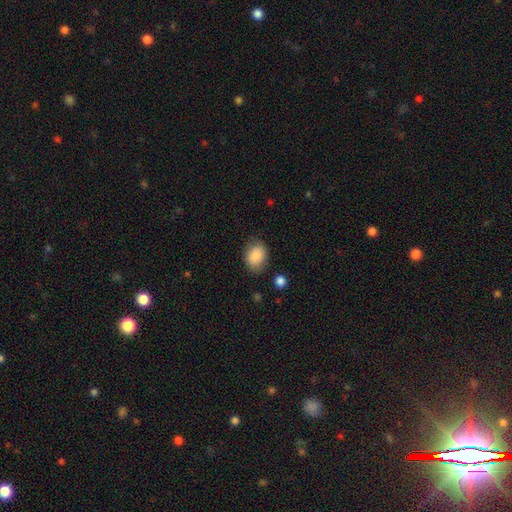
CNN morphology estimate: smooth_or_featured: smooth (p=0.87) [alt: star or artifact p=0.07]
how_rounded: in between (p=0.71) [alt: round p=0.28]
merging: none (p=0.78) [alt: minor disturbance p=0.16]